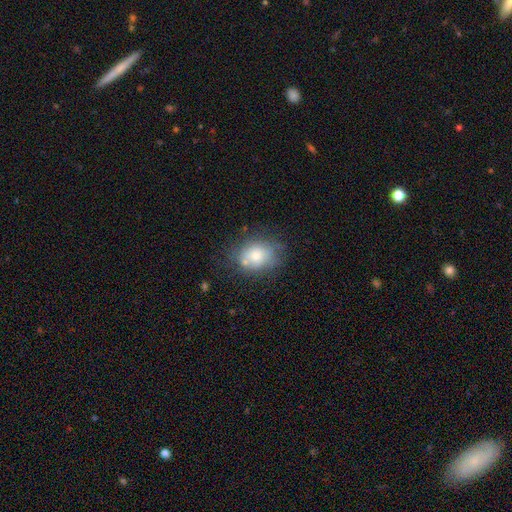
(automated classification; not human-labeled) smooth 71%, featured or disk 19%, star or artifact 10%. Down the decision tree: how rounded — in between (55%); merging — none (59%).